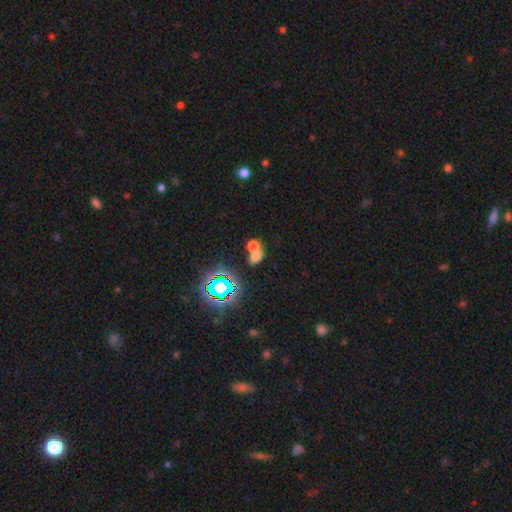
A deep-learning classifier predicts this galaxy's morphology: Smooth or featured?
  - smooth: 62% *
  - star or artifact: 25%
  - featured or disk: 14%
How rounded?
  - in between: 56% *
  - round: 43%
  - cigar-shaped: 2%
Merging?
  - merger: 58% *
  - none: 31%
  - minor disturbance: 7%
  - major disturbance: 4%